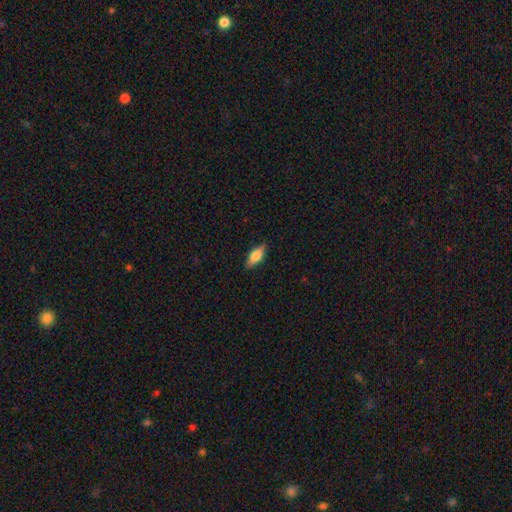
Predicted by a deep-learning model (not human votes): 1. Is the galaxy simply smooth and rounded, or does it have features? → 67% smooth, 27% featured or disk, 7% star or artifact.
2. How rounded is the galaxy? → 73% in between, 24% cigar-shaped, 3% round.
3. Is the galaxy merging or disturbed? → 86% none, 11% minor disturbance, 2% major disturbance, 1% merger.